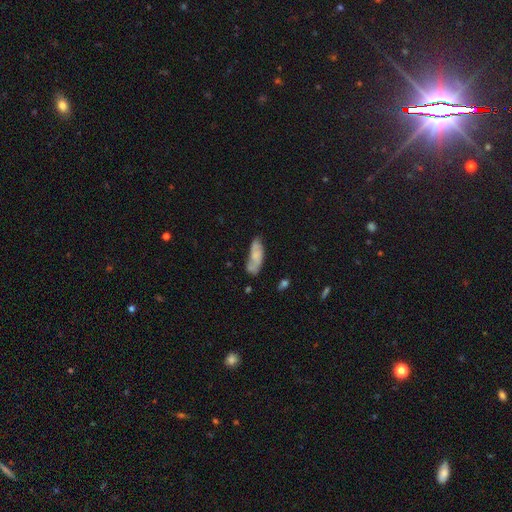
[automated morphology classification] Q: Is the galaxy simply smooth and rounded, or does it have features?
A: smooth — 54%.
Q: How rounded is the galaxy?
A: in between — 67%.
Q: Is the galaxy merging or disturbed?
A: none — 55%.